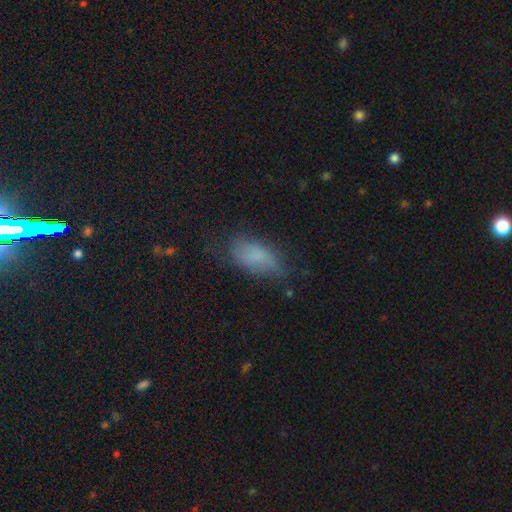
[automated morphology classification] smooth 73%, featured or disk 17%, star or artifact 10%. Down the decision tree: how rounded — in between (89%); merging — none (55%).